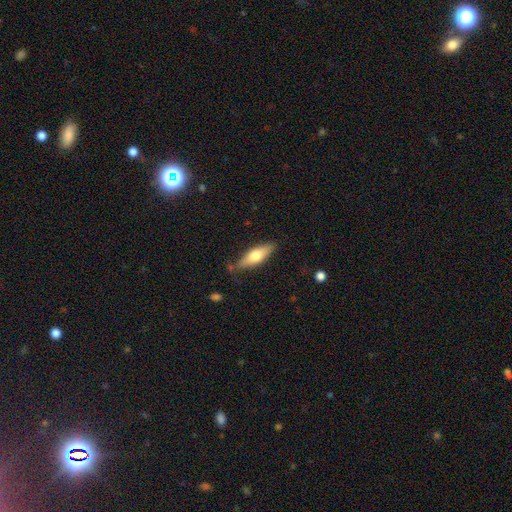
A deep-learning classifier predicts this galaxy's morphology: Smooth or featured: smooth — 64% (featured or disk — 30%)
How rounded: in between — 56% (cigar-shaped — 42%)
Merging: none — 78% (minor disturbance — 16%)